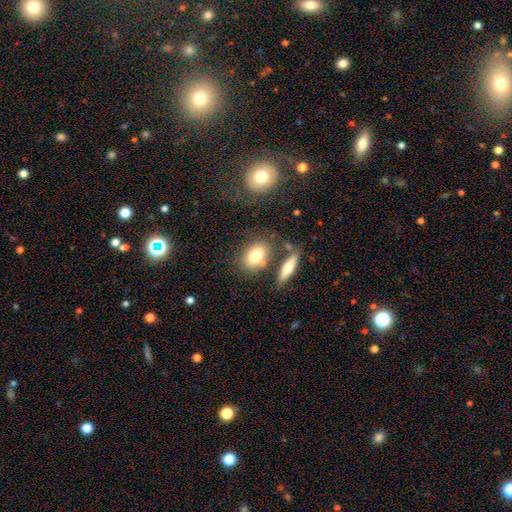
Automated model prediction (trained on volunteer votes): Smooth or featured? Predicted: smooth (p=0.75). How rounded? Predicted: in between (p=0.76). Merging? Predicted: none (p=0.64).